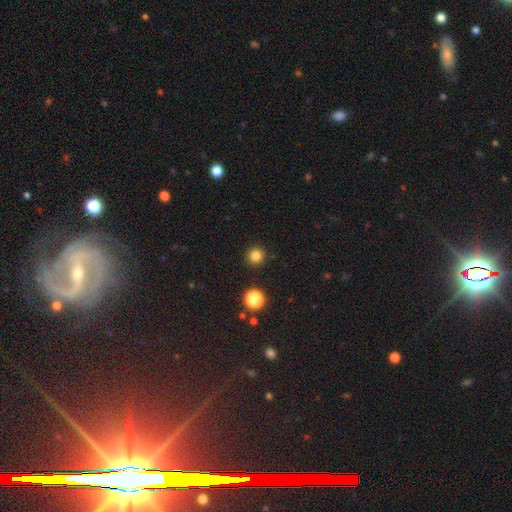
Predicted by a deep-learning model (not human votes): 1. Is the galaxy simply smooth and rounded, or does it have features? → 82% smooth, 14% star or artifact, 4% featured or disk.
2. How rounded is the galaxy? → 96% round, 3% in between, 1% cigar-shaped.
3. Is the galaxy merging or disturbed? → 92% none, 5% minor disturbance, 2% major disturbance, 1% merger.